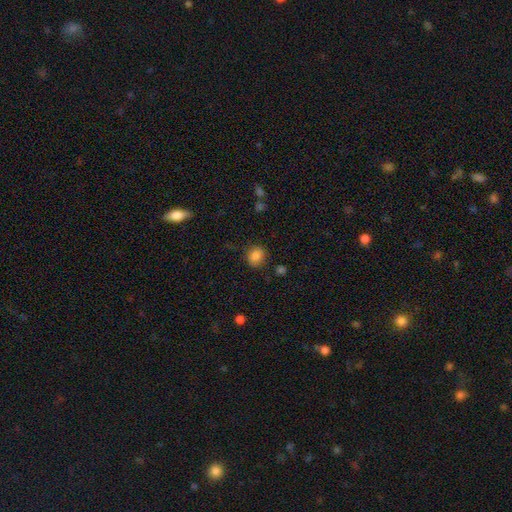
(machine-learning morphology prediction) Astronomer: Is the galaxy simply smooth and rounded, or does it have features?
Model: smooth — 85%.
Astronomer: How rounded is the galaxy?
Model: round — 65%.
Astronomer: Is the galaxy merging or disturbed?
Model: none — 76%.